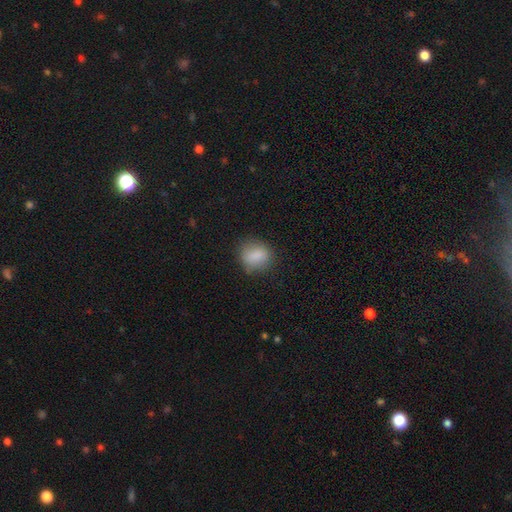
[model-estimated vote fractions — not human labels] Smooth or featured?
  - smooth: 83% *
  - star or artifact: 9%
  - featured or disk: 8%
How rounded?
  - round: 51% *
  - in between: 47%
  - cigar-shaped: 2%
Merging?
  - none: 76% *
  - minor disturbance: 17%
  - major disturbance: 5%
  - merger: 2%